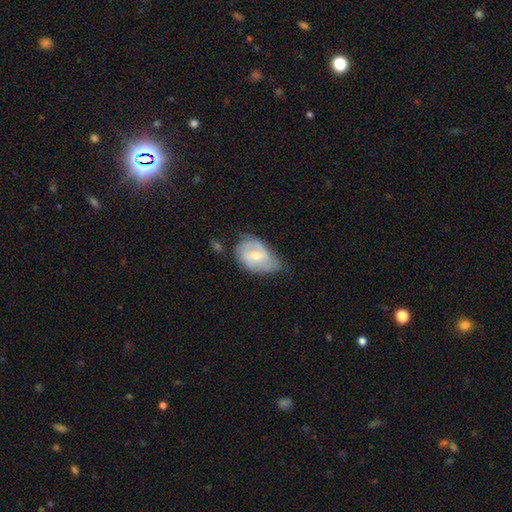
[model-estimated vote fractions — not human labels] This appears to be a featured or disk galaxy (55%) with a weak bar (51%), spiral arms (70%) and a moderate central bulge (50%). Merging: minor disturbance (41%).